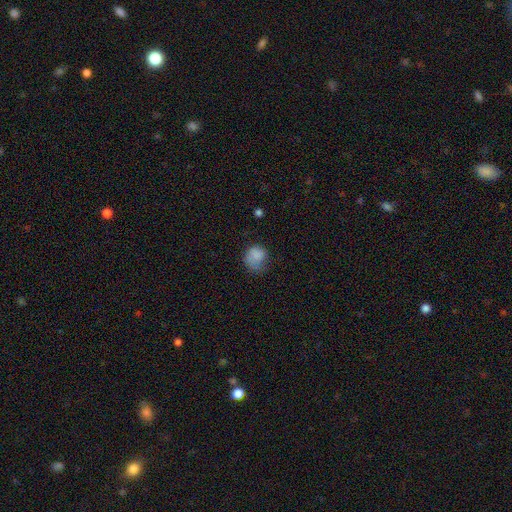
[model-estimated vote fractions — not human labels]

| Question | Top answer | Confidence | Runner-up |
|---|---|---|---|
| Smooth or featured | smooth | 80% | featured or disk (10%) |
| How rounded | round | 70% | in between (29%) |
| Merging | none | 44% | minor disturbance (31%) |